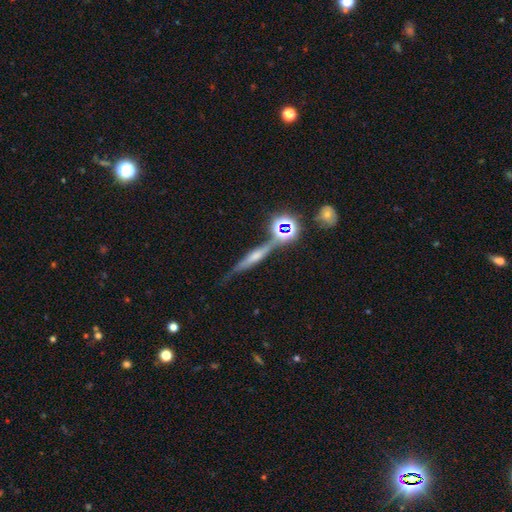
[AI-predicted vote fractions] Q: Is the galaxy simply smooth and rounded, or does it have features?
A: featured or disk — 61%.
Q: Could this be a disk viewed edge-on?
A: yes — 92%.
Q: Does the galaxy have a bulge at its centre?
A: rounded — 65%.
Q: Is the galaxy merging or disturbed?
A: none — 73%.